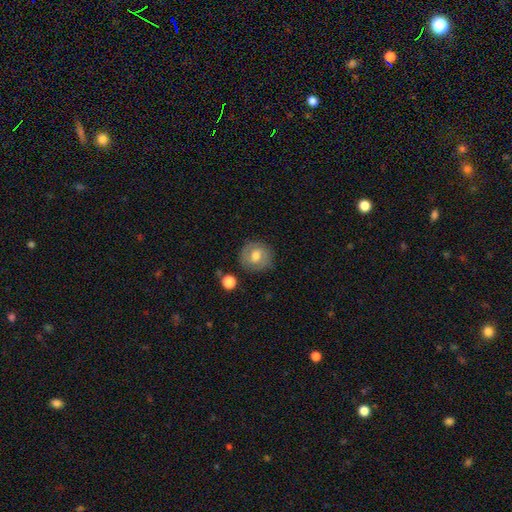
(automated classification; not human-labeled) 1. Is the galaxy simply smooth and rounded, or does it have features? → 66% smooth, 26% featured or disk, 8% star or artifact.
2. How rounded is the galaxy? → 87% round, 12% in between, 1% cigar-shaped.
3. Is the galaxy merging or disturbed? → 83% none, 11% minor disturbance, 3% major disturbance, 2% merger.